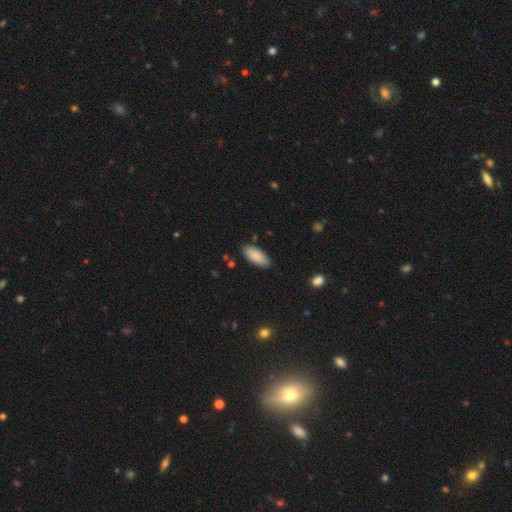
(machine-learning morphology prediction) smooth-or-featured: smooth: 89% | star or artifact: 6% | featured or disk: 6%
  how-rounded: in between: 87% | cigar-shaped: 12% | round: 2%
  merging: none: 86% | minor disturbance: 10% | major disturbance: 2% | merger: 1%